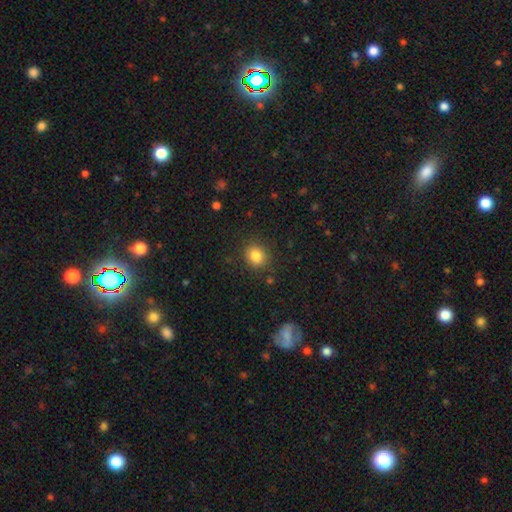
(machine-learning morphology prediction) type=smooth (84%); roundness=round (69%); merging=none (85%).